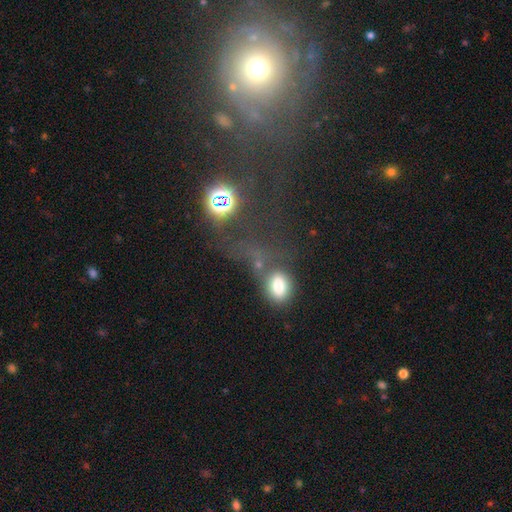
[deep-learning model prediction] Overall: smooth (59%; star or artifact 29%). How rounded: in between (59%; round 38%). Merging: none (40%; merger 22%).